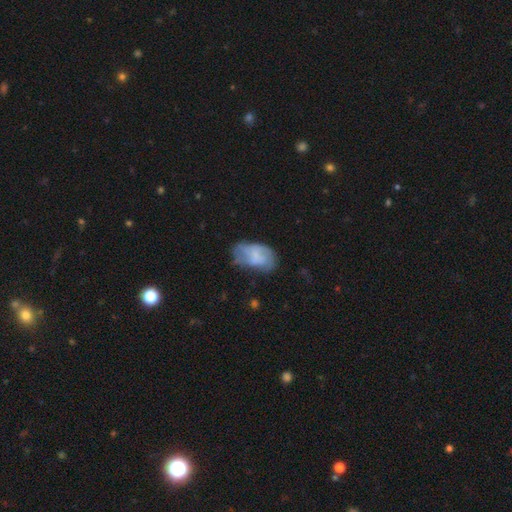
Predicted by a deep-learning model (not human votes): Smooth or featured?
  - smooth: 56% *
  - featured or disk: 36%
  - star or artifact: 8%
How rounded?
  - in between: 91% *
  - round: 7%
  - cigar-shaped: 2%
Merging?
  - none: 43% *
  - minor disturbance: 35%
  - major disturbance: 19%
  - merger: 3%